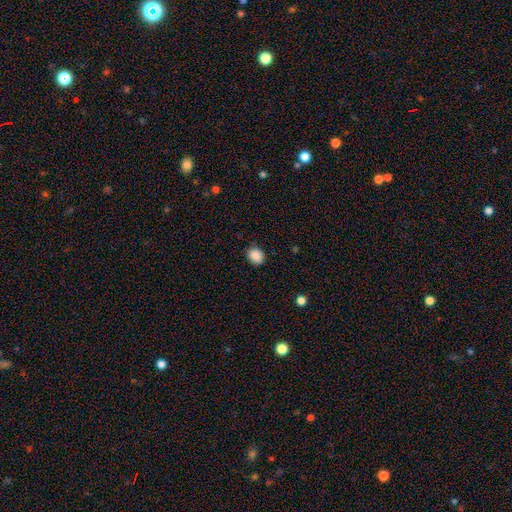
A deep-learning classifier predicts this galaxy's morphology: A smooth galaxy with no disk features (88%) that is round (61%).

Vote fractions:
- Smooth or featured? smooth: 88% / star or artifact: 9% / featured or disk: 4%
- How rounded? round: 61% / in between: 38% / cigar-shaped: 1%
- Merging? none: 85% / minor disturbance: 11% / major disturbance: 2% / merger: 1%